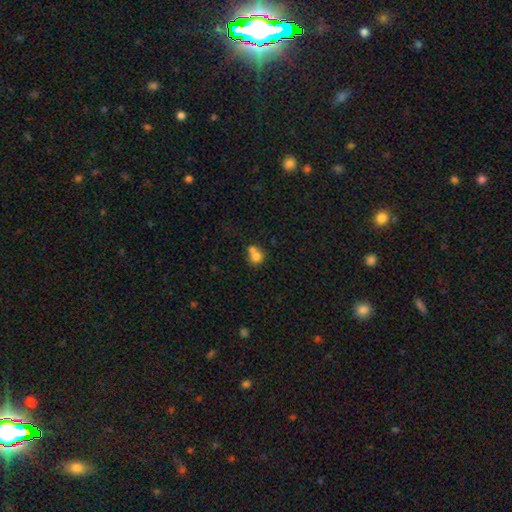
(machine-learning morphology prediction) This is likely a smooth galaxy (75%). How rounded: likely round (76%). Merging: possibly merger (55%).